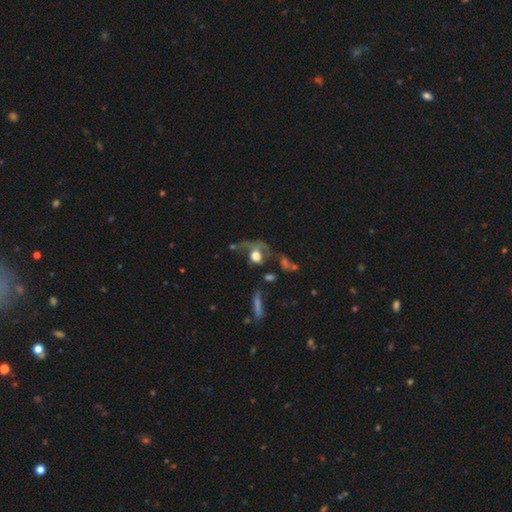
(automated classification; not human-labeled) smooth 47%, featured or disk 40%, star or artifact 13%. Down the decision tree: merging — major disturbance (46%).